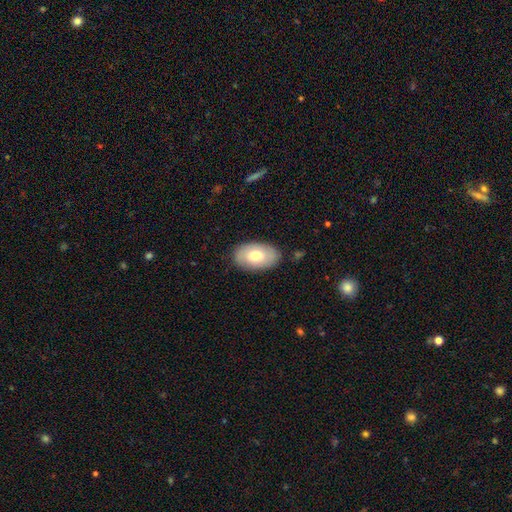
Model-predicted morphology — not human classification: Overall: smooth (74%). How rounded: in between (93%). Merging: none (85%).